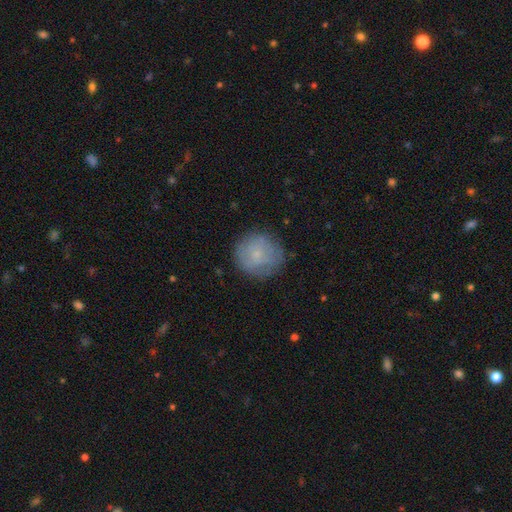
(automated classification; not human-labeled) Smooth or featured: smooth — 68% (featured or disk — 24%)
How rounded: round — 92% (in between — 7%)
Merging: none — 79% (minor disturbance — 15%)